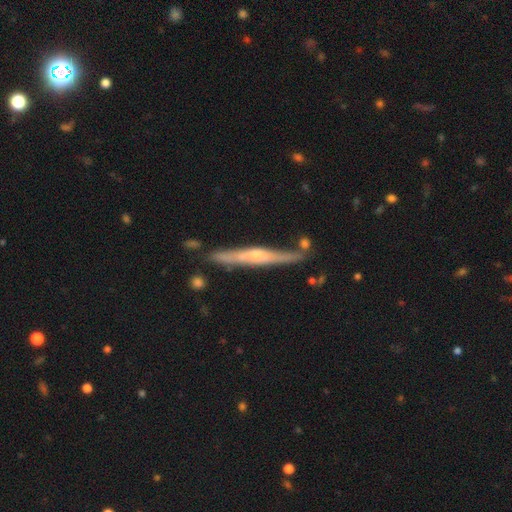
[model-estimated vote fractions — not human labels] A featured or disk galaxy (68%) viewed edge-on (93%) with a rounded central bulge (62%). Merging: none (73%).